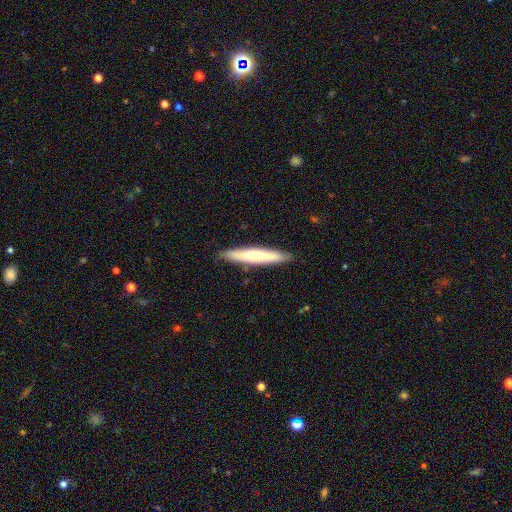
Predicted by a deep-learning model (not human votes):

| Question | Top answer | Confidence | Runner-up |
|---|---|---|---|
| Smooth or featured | smooth | 60% | featured or disk (35%) |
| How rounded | cigar-shaped | 94% | in between (5%) |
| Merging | none | 90% | minor disturbance (8%) |